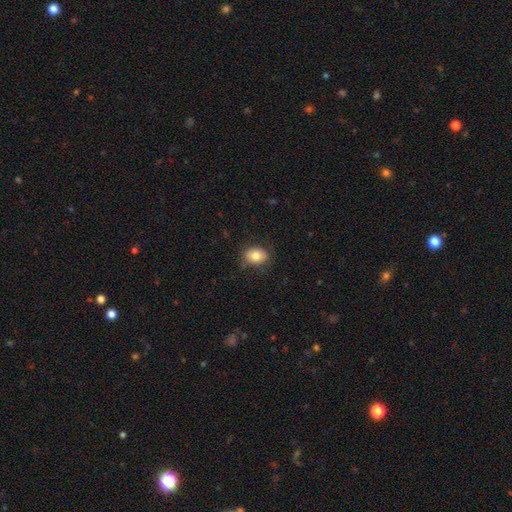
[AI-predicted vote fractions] This is clearly a smooth galaxy (80%). How rounded: likely in between (62%). Merging: likely none (78%).